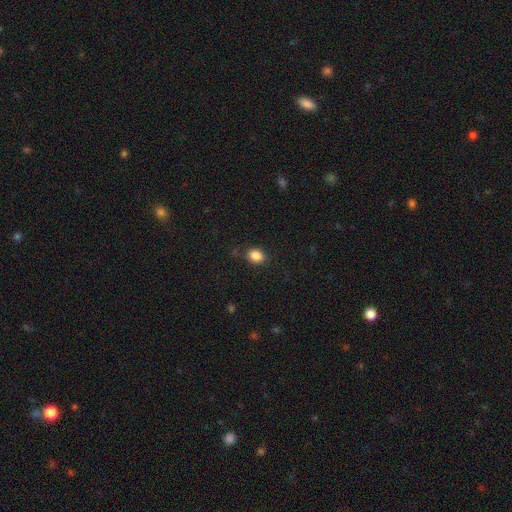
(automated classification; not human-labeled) This appears to be a smooth galaxy with no disk features (86%) that is in between round and cigar-shaped (54%). Merging: none (84%).